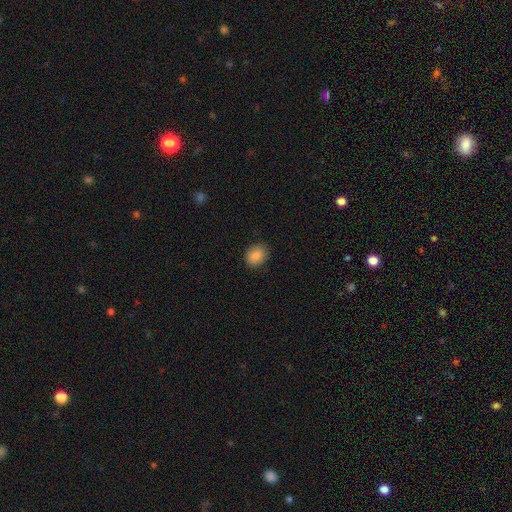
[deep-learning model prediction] Smooth or featured: smooth — 87% (star or artifact — 8%)
How rounded: in between — 55% (round — 44%)
Merging: none — 83% (minor disturbance — 13%)